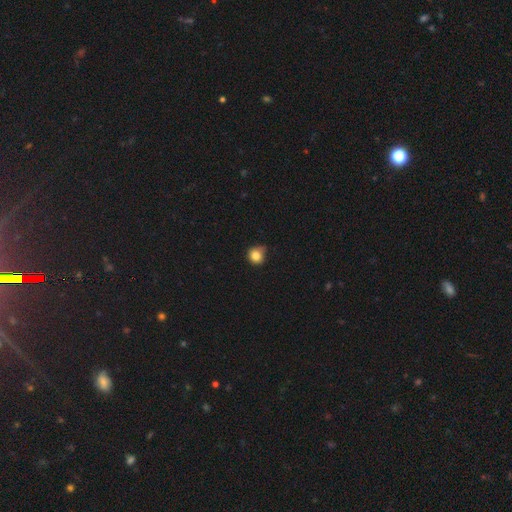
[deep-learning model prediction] Smooth or featured? smooth (83%)
How rounded? round (87%)
Merging? none (59%)